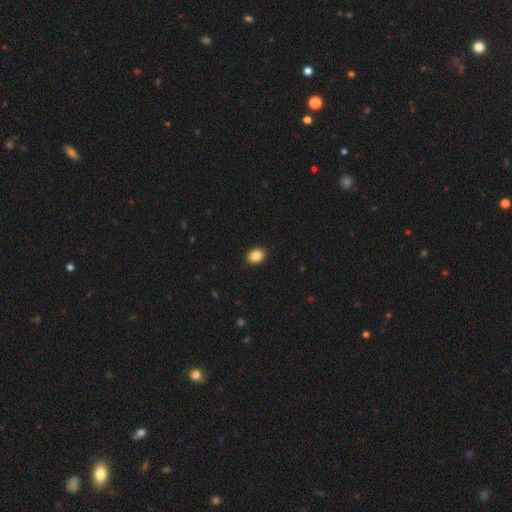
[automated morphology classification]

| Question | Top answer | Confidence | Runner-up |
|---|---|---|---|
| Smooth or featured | smooth | 87% | star or artifact (9%) |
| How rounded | in between | 60% | round (40%) |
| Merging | none | 92% | minor disturbance (6%) |